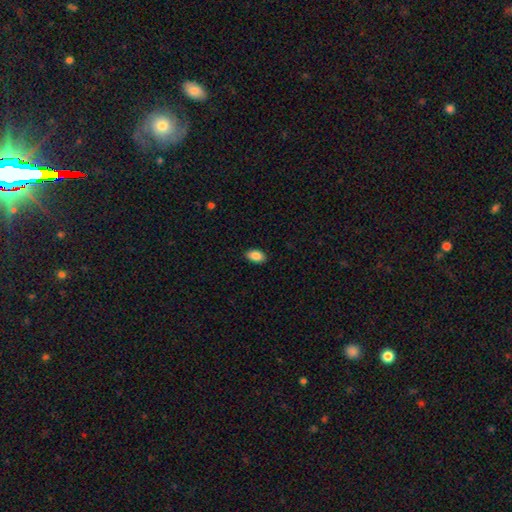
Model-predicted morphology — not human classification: Overall: smooth (89%). How rounded: in between (92%). Merging: none (90%).